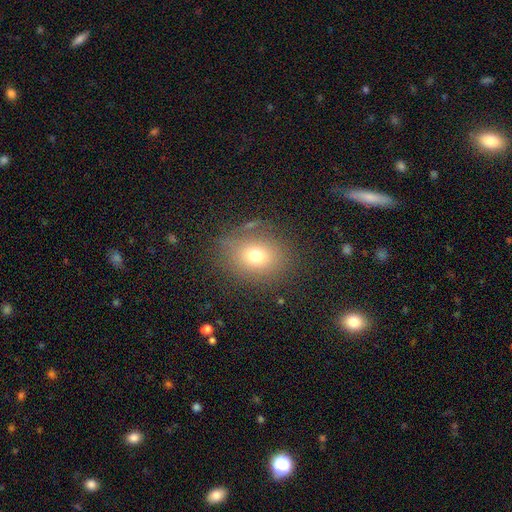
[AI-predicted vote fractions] This is likely a smooth galaxy (72%). How rounded: possibly round (54%). Merging: likely none (79%).